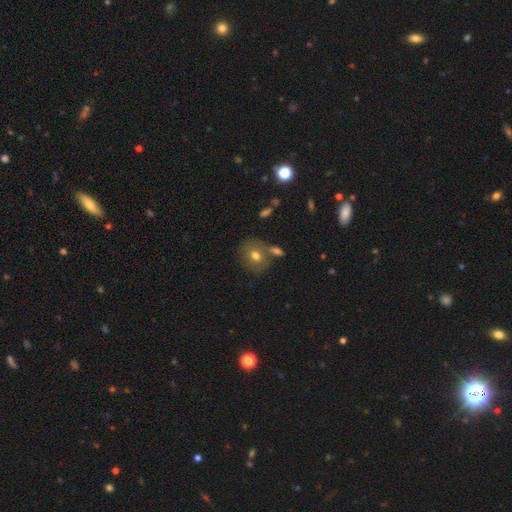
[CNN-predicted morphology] This is likely a smooth galaxy (70%). How rounded: likely round (69%). Merging: likely none (65%).